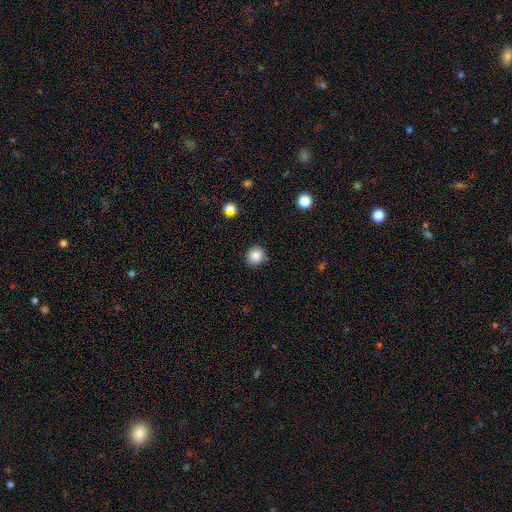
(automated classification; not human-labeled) Q: Smooth or featured?
A: smooth (87%); runner-up: star or artifact (10%)
Q: How rounded?
A: round (83%); runner-up: in between (16%)
Q: Merging?
A: none (87%); runner-up: minor disturbance (9%)